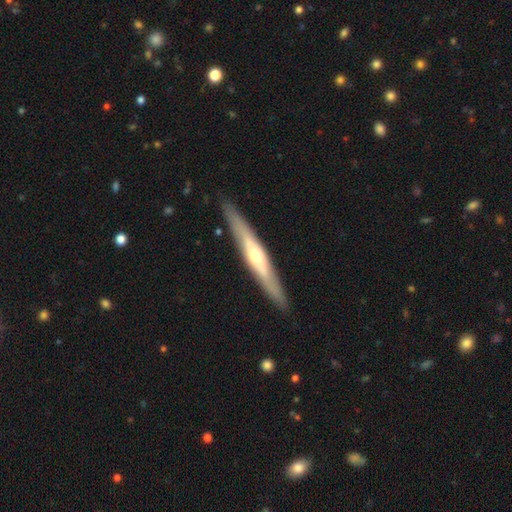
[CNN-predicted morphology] featured or disk 64%, smooth 31%, star or artifact 5%. Down the decision tree: edge-on disk — yes (93%); edge-on bulge — rounded (74%); merging — none (90%).